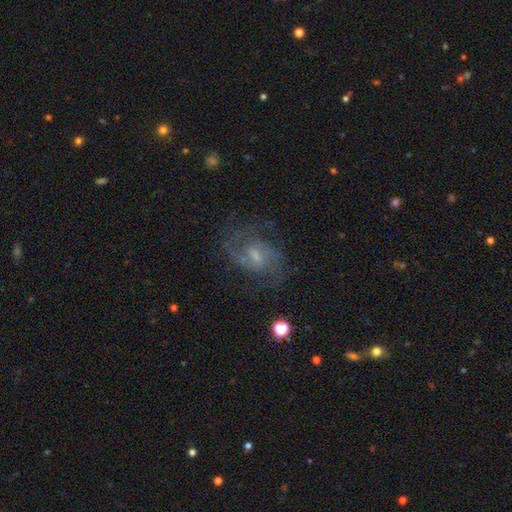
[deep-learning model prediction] Morphology: type=featured or disk (81%); edge-on=no (97%); bar=weak (60%); spiral arms=yes (94%); winding=medium (53%); arm count=2 (71%); bulge=small (54%); merging=none (69%).